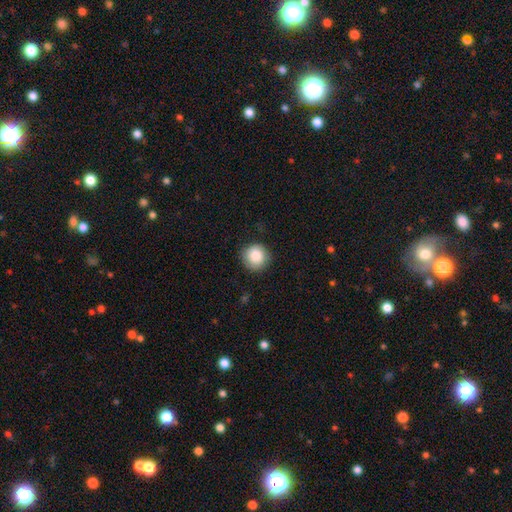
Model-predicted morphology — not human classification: A smooth galaxy with no disk features (84%) that is round (94%).

Vote fractions:
- Smooth or featured? smooth: 84% / featured or disk: 8% / star or artifact: 8%
- How rounded? round: 94% / in between: 5% / cigar-shaped: 1%
- Merging? none: 85% / minor disturbance: 11% / major disturbance: 3% / merger: 1%